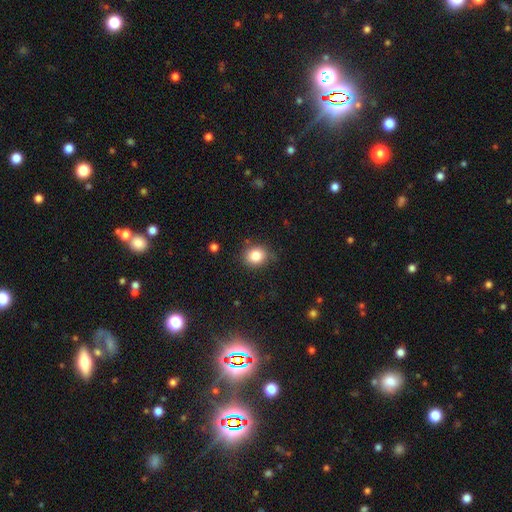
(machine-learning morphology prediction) smooth_or_featured: smooth (p=0.84) [alt: star or artifact p=0.10]
how_rounded: round (p=0.69) [alt: in between p=0.30]
merging: none (p=0.78) [alt: minor disturbance p=0.16]